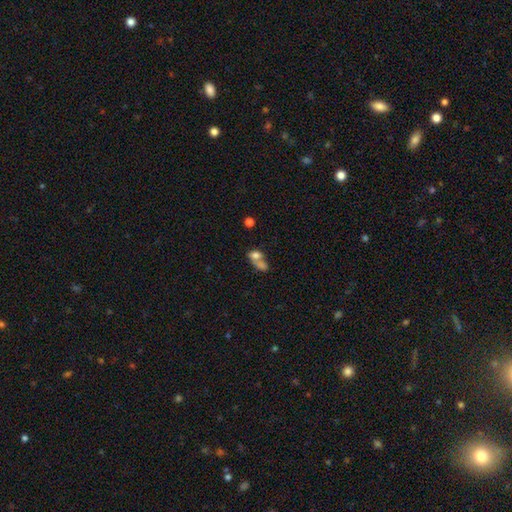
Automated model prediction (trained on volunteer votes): Morphology: type=smooth (56%); roundness=in between (56%); merging=merger (55%).